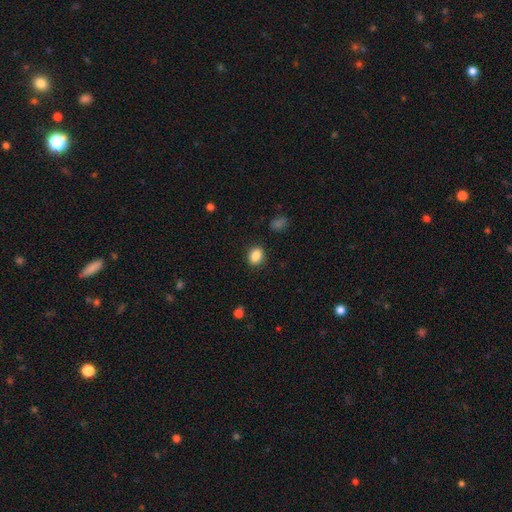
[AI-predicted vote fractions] Smooth or featured? smooth (87%)
How rounded? round (54%)
Merging? none (89%)